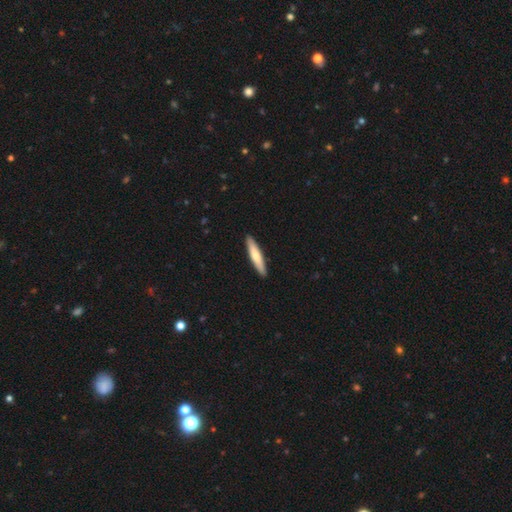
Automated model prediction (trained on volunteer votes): Smooth or featured? smooth (65%)
How rounded? cigar-shaped (89%)
Merging? none (92%)